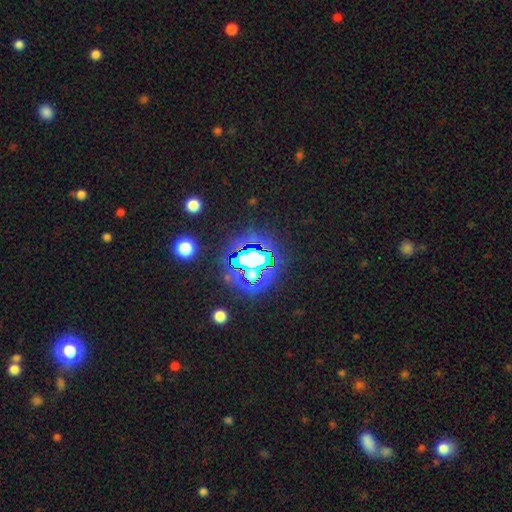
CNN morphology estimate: A star or artifact, not a galaxy (71%).